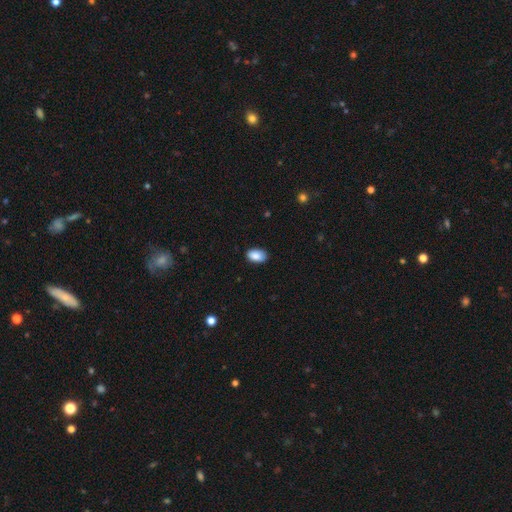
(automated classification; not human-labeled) Smooth or featured?
  - smooth: 89% *
  - star or artifact: 7%
  - featured or disk: 4%
How rounded?
  - in between: 92% *
  - round: 7%
  - cigar-shaped: 1%
Merging?
  - none: 85% *
  - minor disturbance: 12%
  - major disturbance: 2%
  - merger: 1%